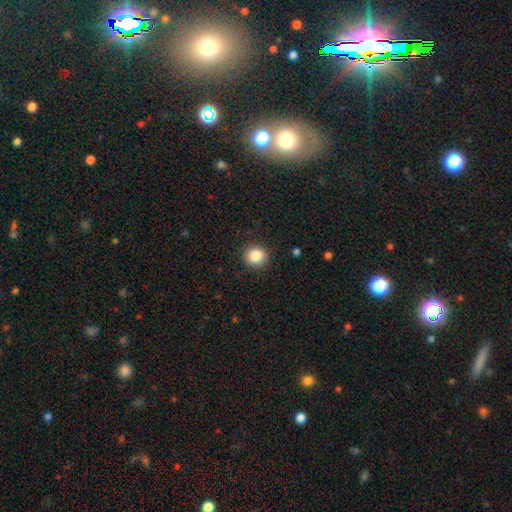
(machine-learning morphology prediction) This appears to be a smooth galaxy with no disk features (86%) that is round (90%). Merging: none (91%).